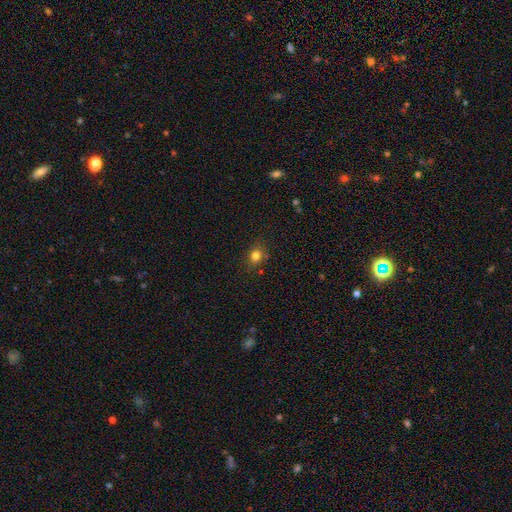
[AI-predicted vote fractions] This appears to be a smooth galaxy with no disk features (79%) that is round (68%). Merging: none (81%).